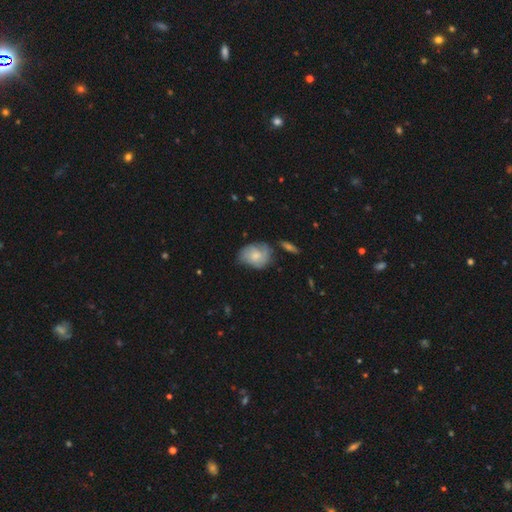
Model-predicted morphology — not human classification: smooth-or-featured: smooth: 55% | featured or disk: 38% | star or artifact: 7%
  how-rounded: in between: 58% | round: 40% | cigar-shaped: 1%
  merging: none: 50% | minor disturbance: 34% | major disturbance: 12% | merger: 4%